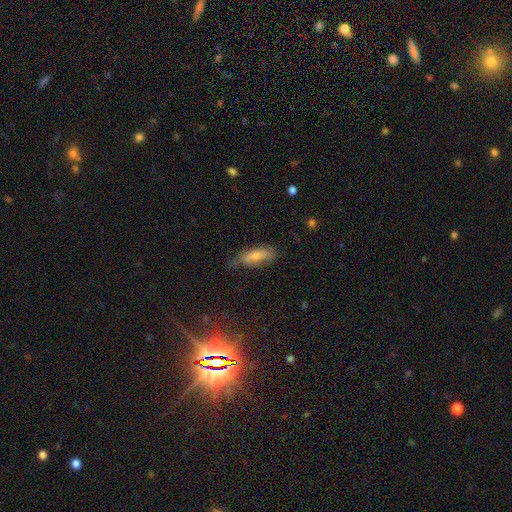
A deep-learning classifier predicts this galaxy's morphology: Q: Smooth or featured?
A: smooth (51%); runner-up: featured or disk (35%)
Q: How rounded?
A: in between (57%); runner-up: cigar-shaped (40%)
Q: Merging?
A: none (64%); runner-up: minor disturbance (27%)